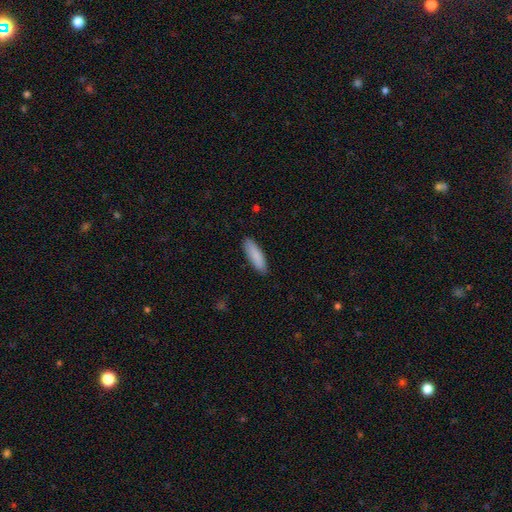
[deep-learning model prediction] Overall: smooth (89%). How rounded: cigar-shaped (59%; in between 40%). Merging: none (89%).